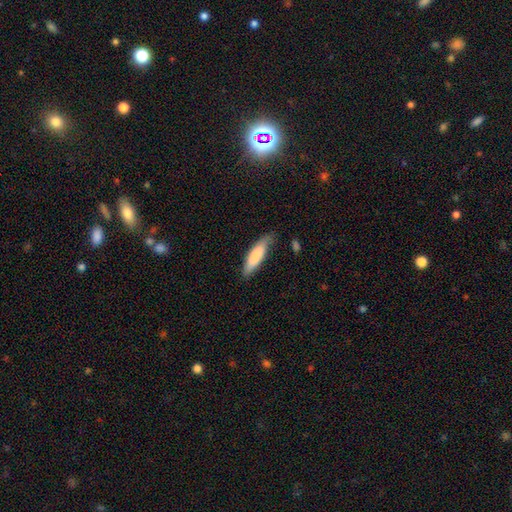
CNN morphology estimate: A smooth galaxy with no disk features (83%) that is cigar-shaped (62%). Merging: none (72%).